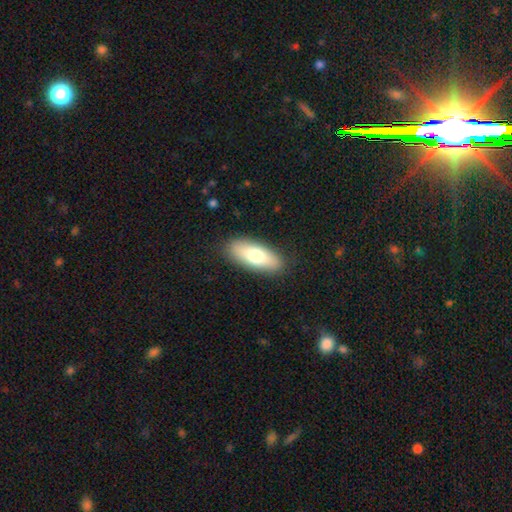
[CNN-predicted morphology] The model was most divided on "smooth or featured": smooth: 74%, featured or disk: 20%, star or artifact: 6%. More confident: merging — none (87%); how rounded — in between (76%).